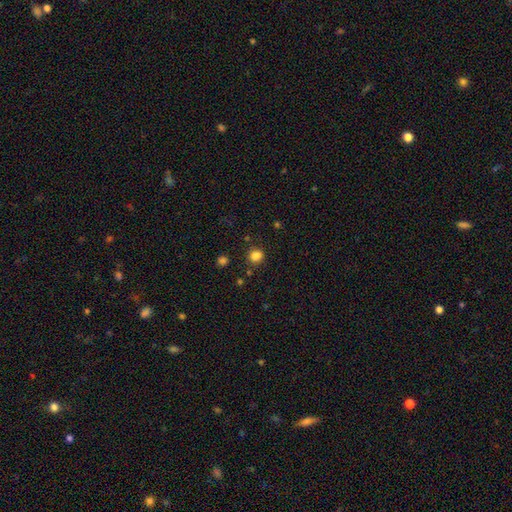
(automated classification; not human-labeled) The model was most divided on "how rounded": round: 74%, in between: 25%, cigar-shaped: 1%. More confident: smooth or featured — smooth (82%); merging — none (80%).